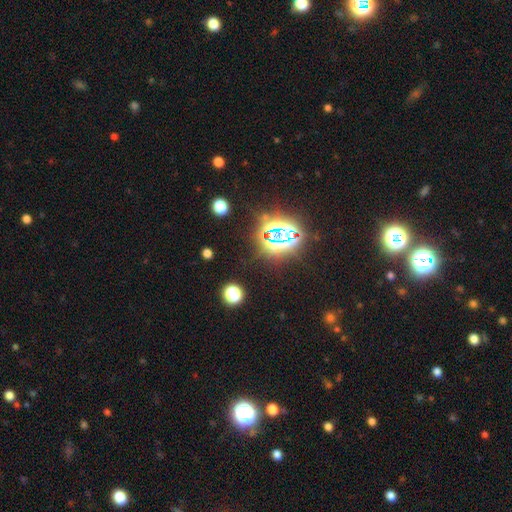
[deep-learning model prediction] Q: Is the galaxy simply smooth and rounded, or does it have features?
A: star or artifact — 79%.